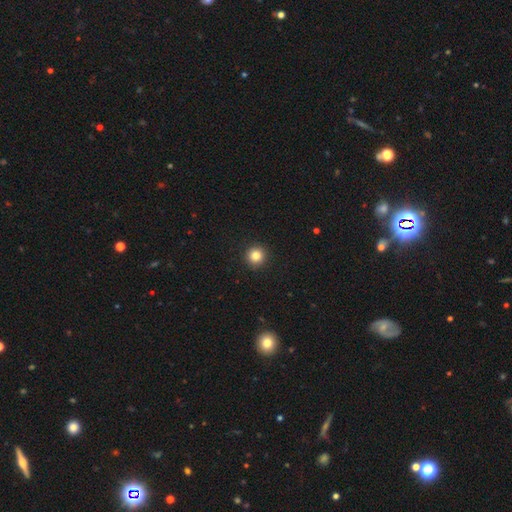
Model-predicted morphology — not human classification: smooth_or_featured: smooth (p=0.83) [alt: star or artifact p=0.12]
how_rounded: round (p=0.95) [alt: in between p=0.04]
merging: none (p=0.93) [alt: minor disturbance p=0.04]